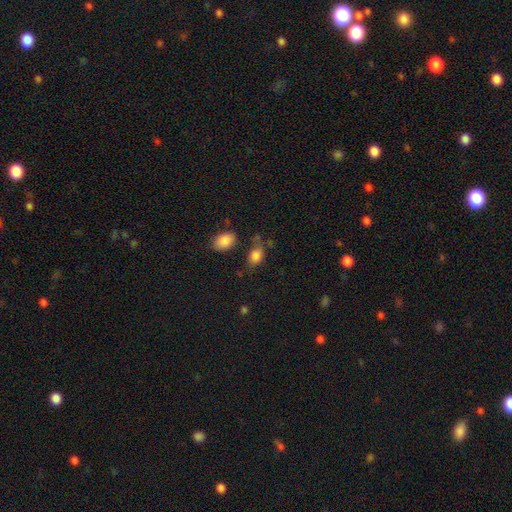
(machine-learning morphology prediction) type=smooth (83%); roundness=in between (79%); merging=none (59%).